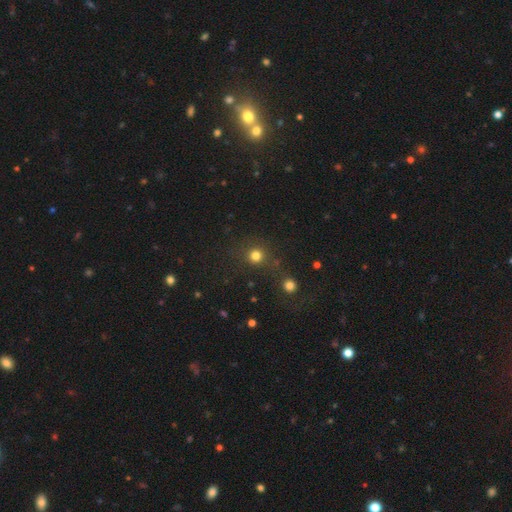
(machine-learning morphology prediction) smooth 78%, star or artifact 17%, featured or disk 6%. Down the decision tree: how rounded — round (92%); merging — none (76%).